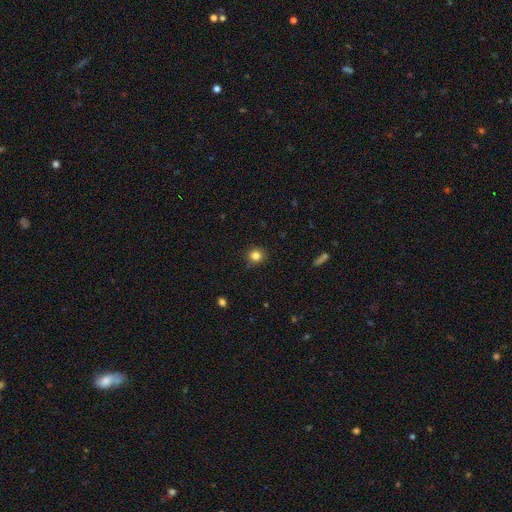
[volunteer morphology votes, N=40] smooth 90%, featured or disk 5%, star or artifact 5%. Down the decision tree: how rounded — round (92%); merging — none (89%).